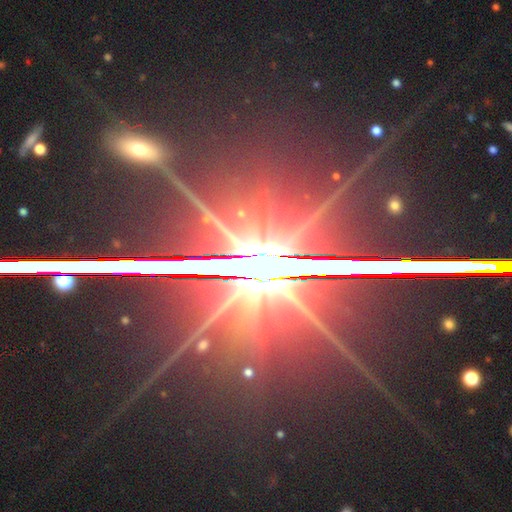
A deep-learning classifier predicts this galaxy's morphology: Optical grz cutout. It shows a star or artifact, not a galaxy (77%).